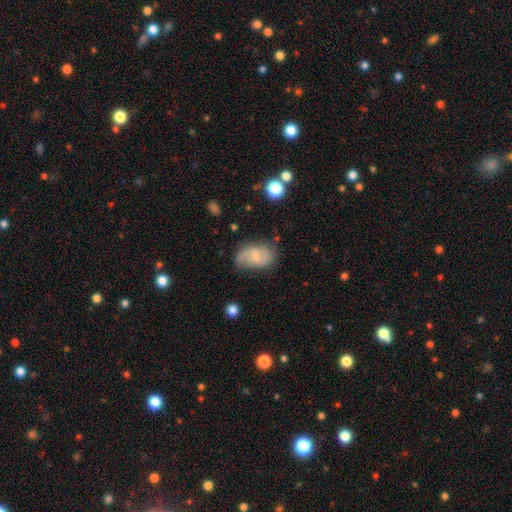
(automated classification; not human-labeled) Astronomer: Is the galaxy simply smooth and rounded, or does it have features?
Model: featured or disk — 67%.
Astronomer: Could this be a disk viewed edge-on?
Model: no — 97%.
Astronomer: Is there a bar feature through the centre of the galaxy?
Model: weak — 48% (runner-up: no, 43%).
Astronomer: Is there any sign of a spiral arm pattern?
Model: yes — 90%.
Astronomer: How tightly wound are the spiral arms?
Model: loose — 43% (runner-up: medium, 42%).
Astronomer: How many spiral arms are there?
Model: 2 — 82%.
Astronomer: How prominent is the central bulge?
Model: small — 55% (runner-up: moderate, 33%).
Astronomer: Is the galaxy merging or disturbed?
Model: none — 60%.